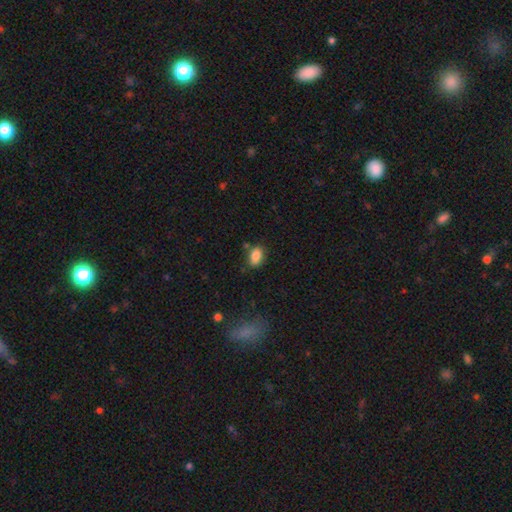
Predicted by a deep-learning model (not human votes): Q: Smooth or featured?
A: smooth (85%); runner-up: star or artifact (8%)
Q: How rounded?
A: in between (87%); runner-up: round (12%)
Q: Merging?
A: none (76%); runner-up: minor disturbance (15%)